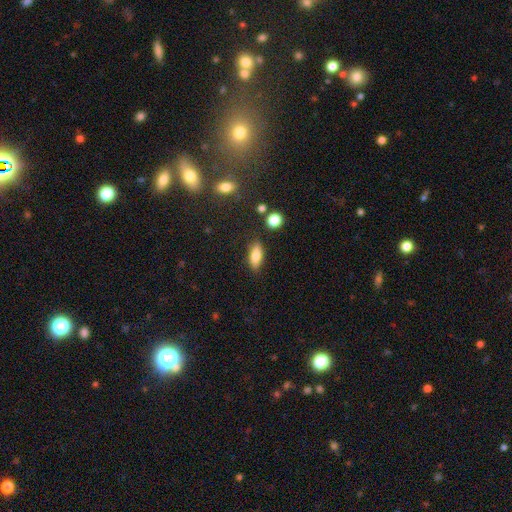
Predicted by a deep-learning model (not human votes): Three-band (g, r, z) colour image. It shows a smooth galaxy with no disk features (79%) that is in between round and cigar-shaped (78%). Merging: none (82%).